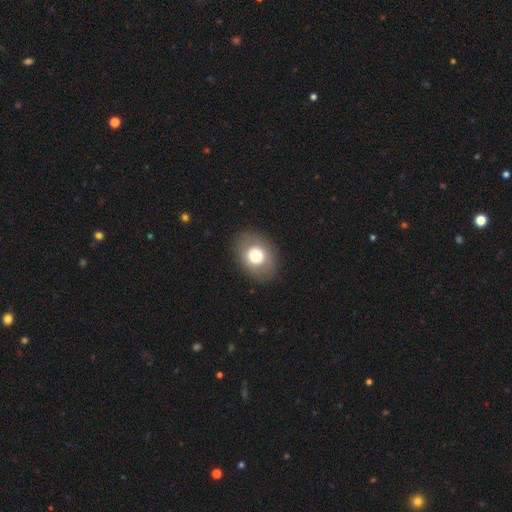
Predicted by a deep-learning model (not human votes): The model was most divided on "how rounded": in between: 56%, round: 43%, cigar-shaped: 1%. More confident: merging — none (87%); smooth or featured — smooth (69%).